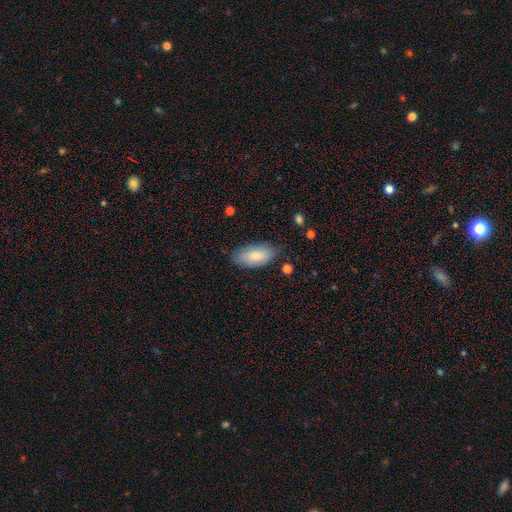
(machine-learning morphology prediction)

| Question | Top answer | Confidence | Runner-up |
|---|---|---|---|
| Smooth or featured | smooth | 80% | featured or disk (14%) |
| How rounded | in between | 92% | cigar-shaped (5%) |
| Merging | none | 74% | minor disturbance (20%) |